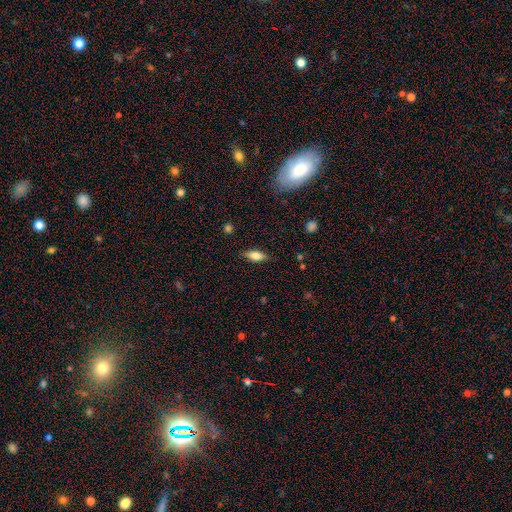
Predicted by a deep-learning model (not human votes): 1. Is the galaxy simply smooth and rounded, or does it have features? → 64% smooth, 28% featured or disk, 8% star or artifact.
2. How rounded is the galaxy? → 70% in between, 27% cigar-shaped, 3% round.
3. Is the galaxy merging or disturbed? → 84% none, 12% minor disturbance, 3% major disturbance, 1% merger.